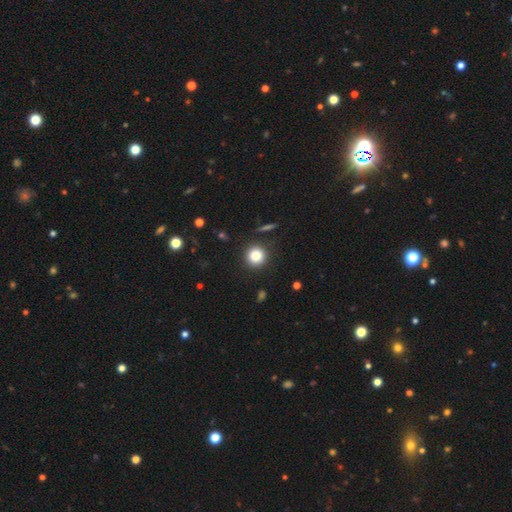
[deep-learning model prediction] The model was most divided on "smooth or featured": smooth: 81%, star or artifact: 12%, featured or disk: 7%. More confident: how rounded — round (93%); merging — none (90%).